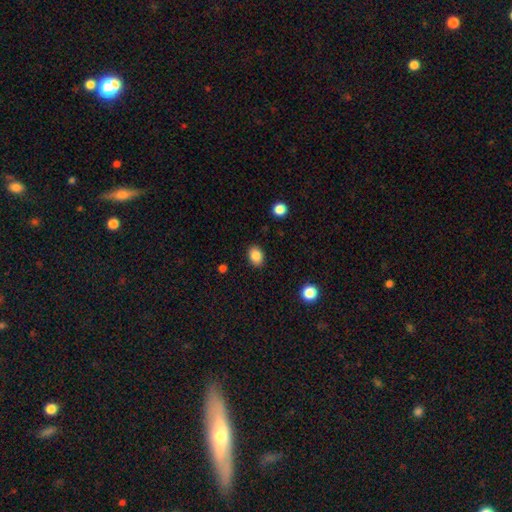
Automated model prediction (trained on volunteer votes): Smooth or featured: smooth — 86% (star or artifact — 9%)
How rounded: in between — 72% (round — 27%)
Merging: none — 88% (minor disturbance — 8%)